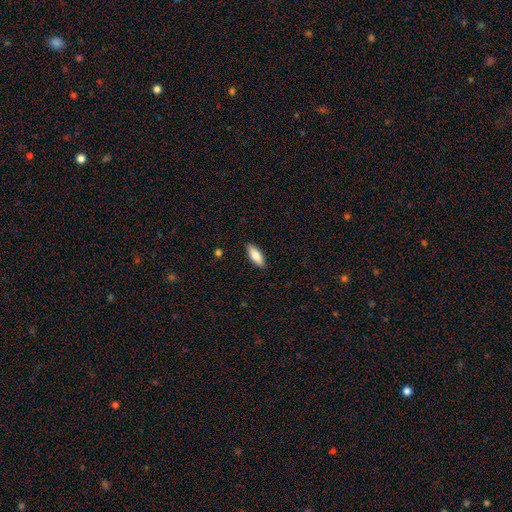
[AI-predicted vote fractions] This appears to be a smooth galaxy with no disk features (81%) that is in between round and cigar-shaped (65%). Merging: none (88%).